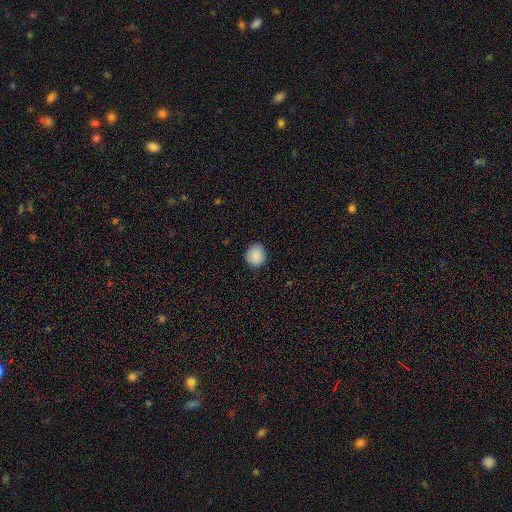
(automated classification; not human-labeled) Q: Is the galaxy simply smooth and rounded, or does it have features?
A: smooth — 89%.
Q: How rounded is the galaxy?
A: round — 83%.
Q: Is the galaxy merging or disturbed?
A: none — 89%.